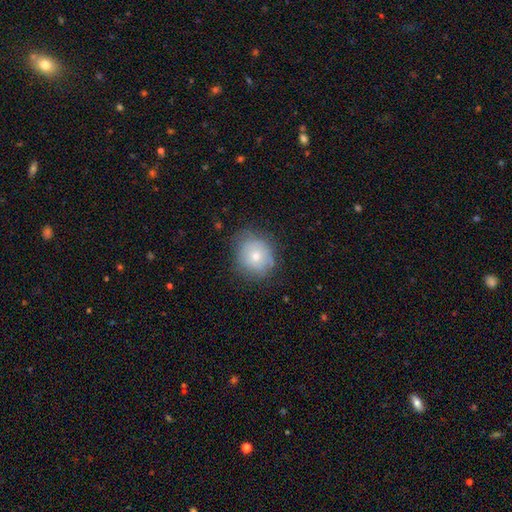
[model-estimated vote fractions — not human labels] This is likely a smooth galaxy (68%). How rounded: clearly round (82%). Merging: likely none (68%).